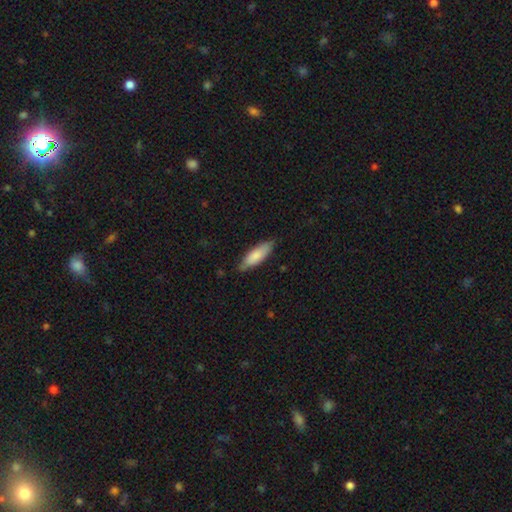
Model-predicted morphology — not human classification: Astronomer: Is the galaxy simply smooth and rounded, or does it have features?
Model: smooth — 81%.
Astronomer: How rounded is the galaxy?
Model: cigar-shaped — 50% (runner-up: in between, 49%).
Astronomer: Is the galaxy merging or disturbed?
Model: none — 80%.